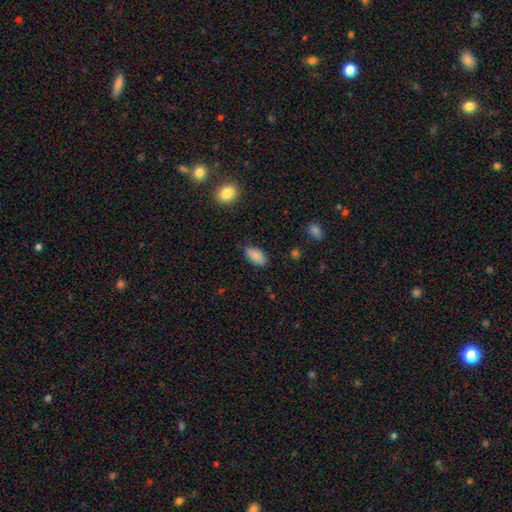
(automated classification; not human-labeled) Smooth or featured? smooth (86%)
How rounded? in between (93%)
Merging? none (76%)